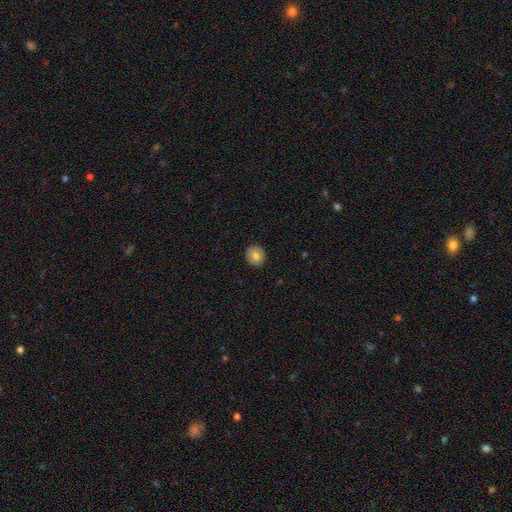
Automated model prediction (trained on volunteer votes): Q: Smooth or featured?
A: smooth (76%); runner-up: featured or disk (16%)
Q: How rounded?
A: round (84%); runner-up: in between (15%)
Q: Merging?
A: none (91%); runner-up: minor disturbance (6%)